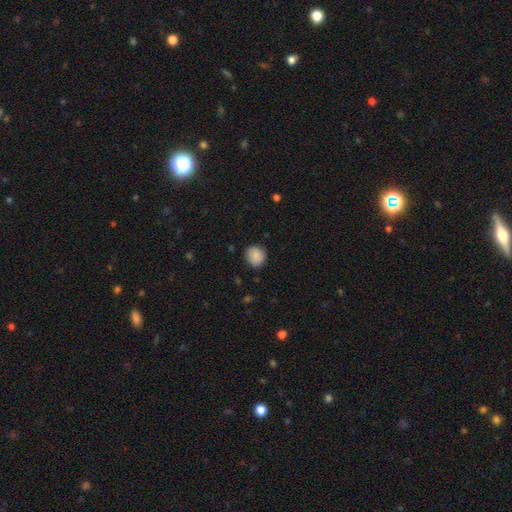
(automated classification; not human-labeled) Morphology: type=smooth (87%); roundness=round (84%); merging=none (84%).